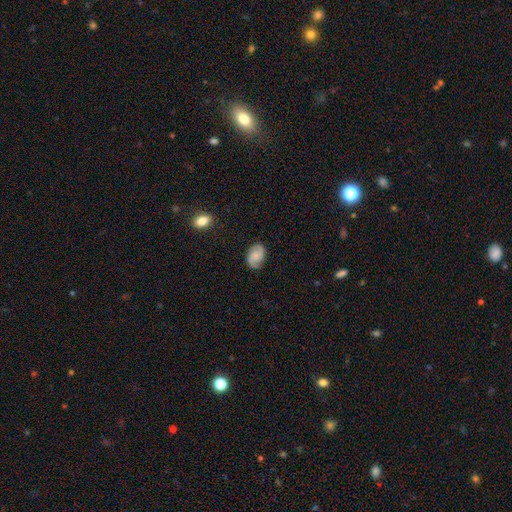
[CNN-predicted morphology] Smooth or featured? Predicted: featured or disk (p=0.57). Edge-on disk? Predicted: no (p=0.97). Bar? Predicted: no (p=0.57). Spiral arms? Predicted: yes (p=0.94). Spiral winding? Predicted: medium (p=0.46). Spiral arm count? Predicted: 2 (p=0.89). Bulge size? Predicted: none (p=0.54). Merging? Predicted: none (p=0.81).